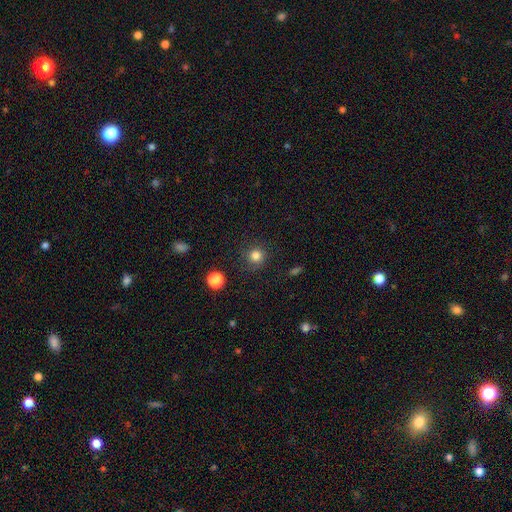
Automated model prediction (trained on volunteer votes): This is clearly a smooth galaxy (82%). How rounded: clearly round (94%). Merging: clearly none (88%).